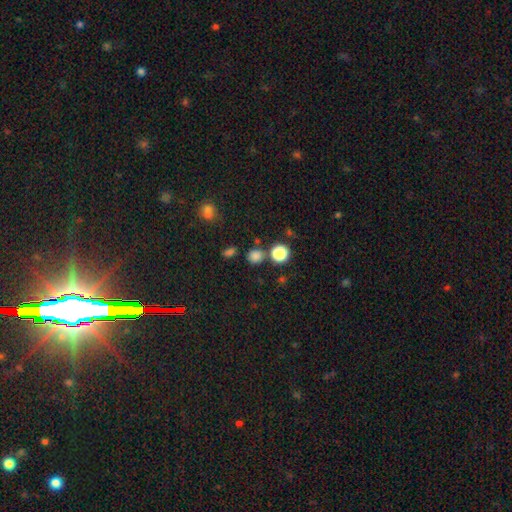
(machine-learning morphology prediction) Smooth or featured? Predicted: smooth (p=0.76). How rounded? Predicted: round (p=0.81). Merging? Predicted: none (p=0.75).